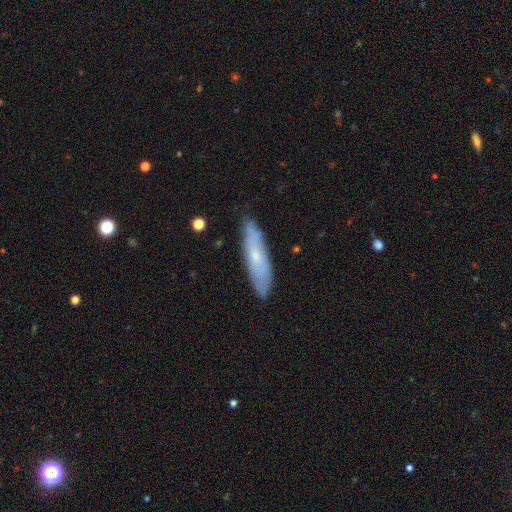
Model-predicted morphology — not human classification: Smooth or featured? Predicted: smooth (p=0.52). How rounded? Predicted: cigar-shaped (p=0.74). Merging? Predicted: none (p=0.82).